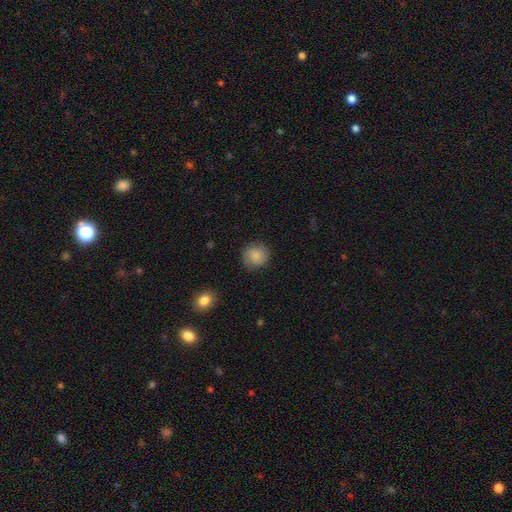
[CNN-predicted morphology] smooth-or-featured: smooth: 86% | star or artifact: 7% | featured or disk: 7%
  how-rounded: round: 89% | in between: 10% | cigar-shaped: 1%
  merging: none: 86% | minor disturbance: 10% | major disturbance: 3% | merger: 1%